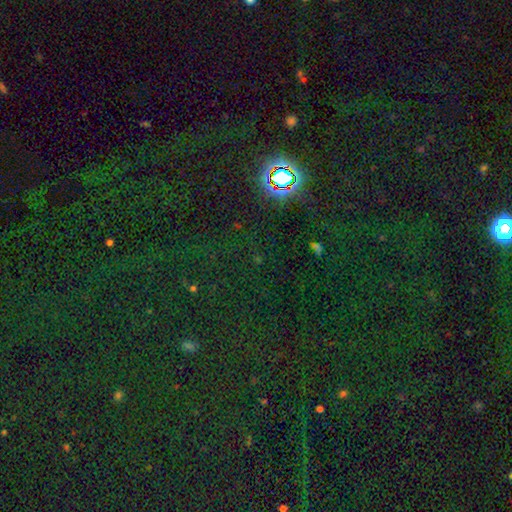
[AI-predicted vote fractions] This is likely a star or artifact rather than a galaxy (77%).